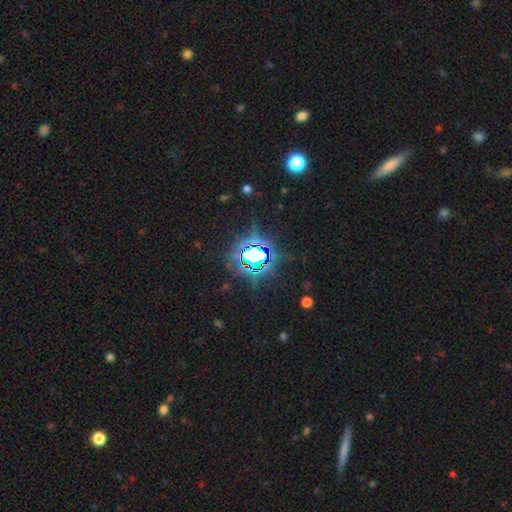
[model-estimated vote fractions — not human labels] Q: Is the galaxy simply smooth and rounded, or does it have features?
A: star or artifact — 80%.